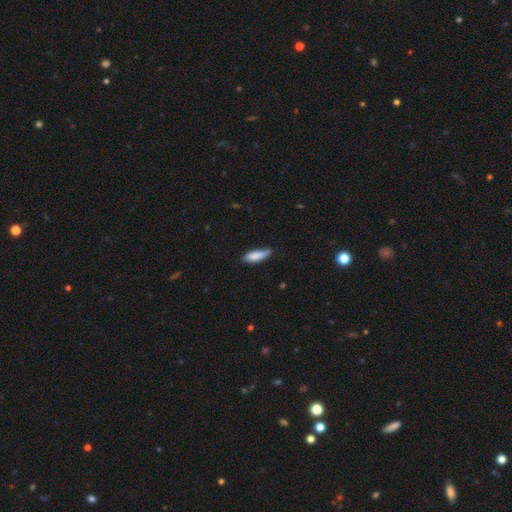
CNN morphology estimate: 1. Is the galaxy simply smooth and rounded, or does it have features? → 82% smooth, 11% featured or disk, 6% star or artifact.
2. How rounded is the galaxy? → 54% in between, 44% cigar-shaped, 2% round.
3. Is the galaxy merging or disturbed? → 58% none, 33% minor disturbance, 6% major disturbance, 3% merger.